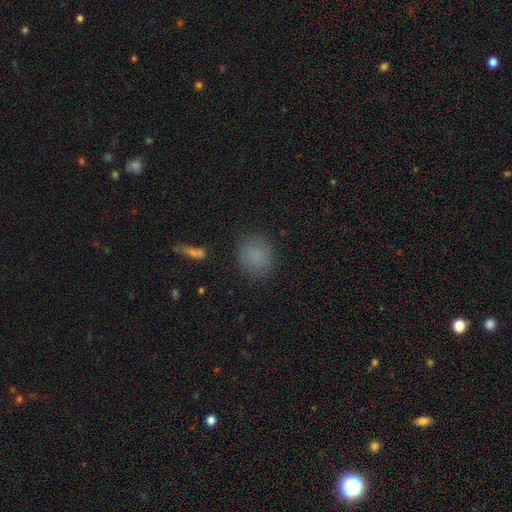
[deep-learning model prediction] This is clearly a smooth galaxy (83%). How rounded: clearly round (82%). Merging: clearly none (83%).